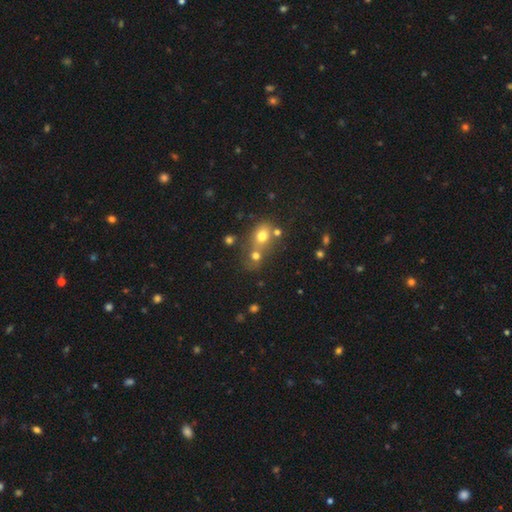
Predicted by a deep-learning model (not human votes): Smooth or featured? smooth (68%)
How rounded? round (66%)
Merging? merger (50%)